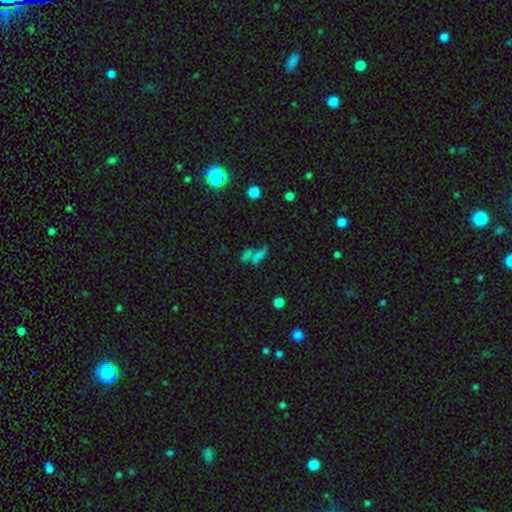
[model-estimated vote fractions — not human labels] This appears to be a smooth galaxy with no disk features (51%) that is in between round and cigar-shaped (59%). Merging: merger (43%).